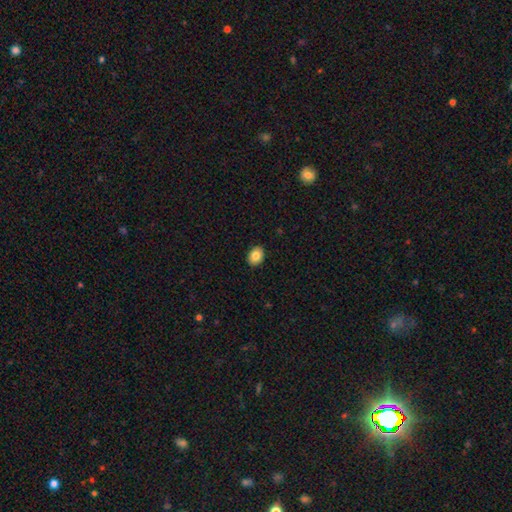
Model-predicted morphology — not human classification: smooth 84%, star or artifact 8%, featured or disk 8%. Down the decision tree: how rounded — in between (65%); merging — none (91%).